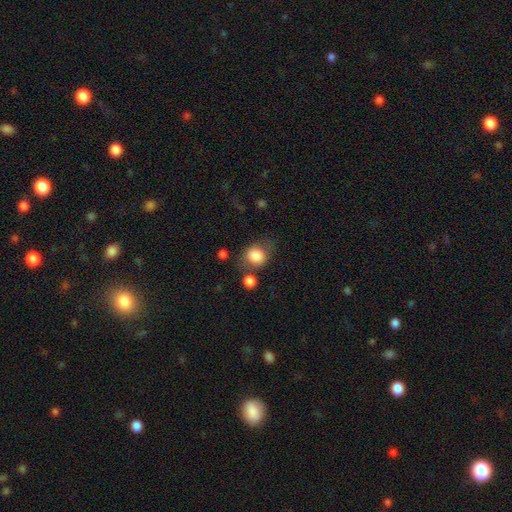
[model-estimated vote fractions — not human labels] A smooth galaxy with no disk features (82%) that is round (66%). Merging: none (57%).